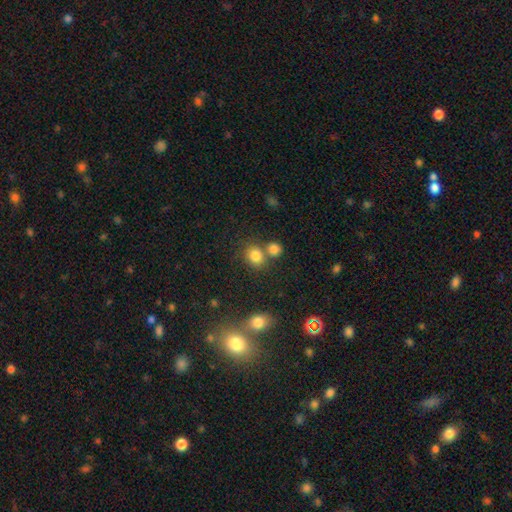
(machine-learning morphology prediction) A smooth galaxy with no disk features (81%) that is round (69%).

Vote fractions:
- Smooth or featured? smooth: 81% / star or artifact: 12% / featured or disk: 7%
- How rounded? round: 69% / in between: 30% / cigar-shaped: 1%
- Merging? none: 57% / merger: 30% / minor disturbance: 9% / major disturbance: 4%